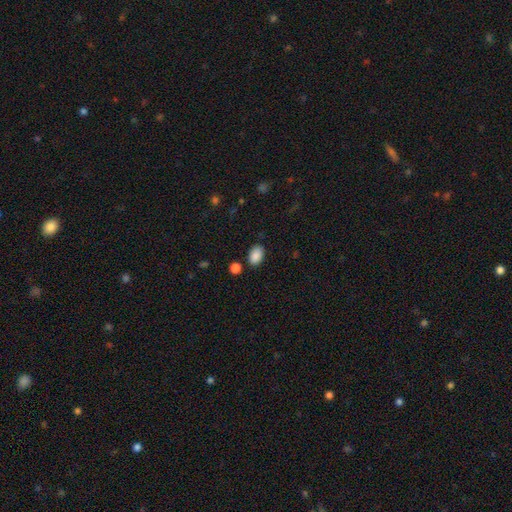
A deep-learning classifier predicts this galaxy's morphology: type=smooth (88%); roundness=in between (89%); merging=none (82%).